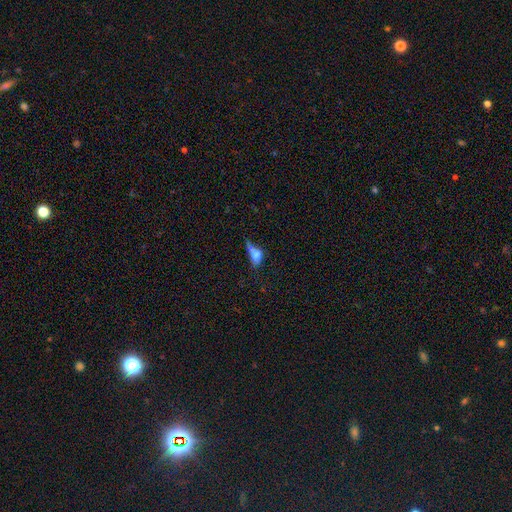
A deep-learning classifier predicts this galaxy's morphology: smooth 70%, featured or disk 19%, star or artifact 11%. Down the decision tree: how rounded — in between (67%); merging — major disturbance (26%, tied with merger).